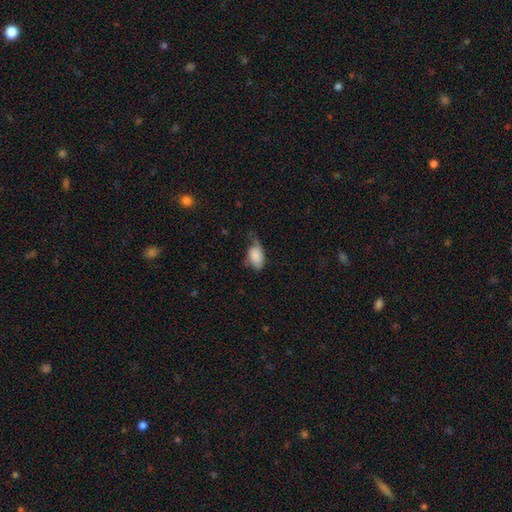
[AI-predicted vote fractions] Q: Smooth or featured?
A: smooth (75%); runner-up: featured or disk (18%)
Q: How rounded?
A: in between (92%); runner-up: round (6%)
Q: Merging?
A: minor disturbance (40%); runner-up: major disturbance (31%)